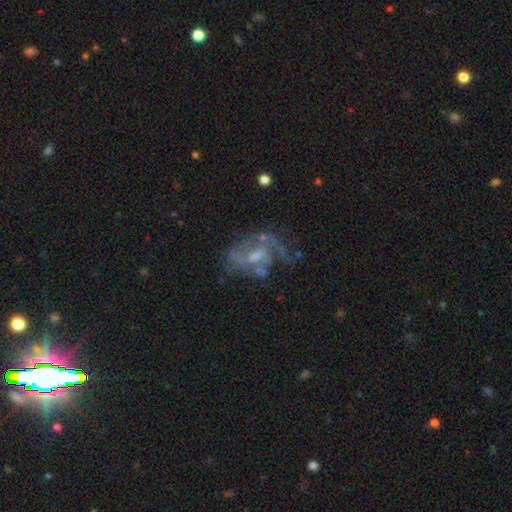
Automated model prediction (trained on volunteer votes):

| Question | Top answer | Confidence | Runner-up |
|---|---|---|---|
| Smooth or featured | featured or disk | 74% | smooth (14%) |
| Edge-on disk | no | 96% | yes (4%) |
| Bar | weak | 46% | no (42%) |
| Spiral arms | yes | 72% | no (28%) |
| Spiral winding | medium | 43% | loose (34%) |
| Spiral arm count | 2 | 38% | can't tell (30%) |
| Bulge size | moderate | 39% | small (37%) |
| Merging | none | 41% | major disturbance (32%) |